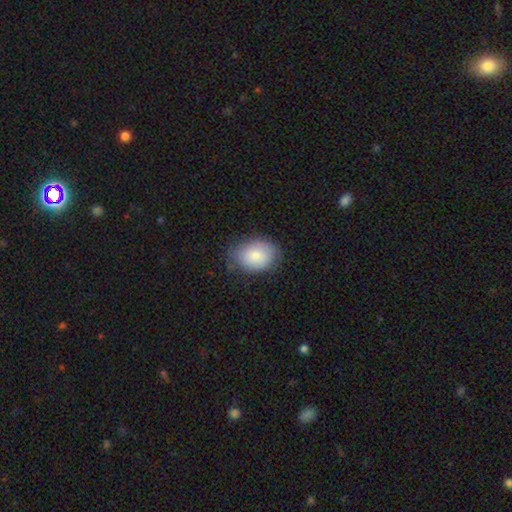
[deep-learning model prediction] A smooth galaxy with no disk features (80%) that is in between round and cigar-shaped (69%).

Vote fractions:
- Smooth or featured? smooth: 80% / featured or disk: 12% / star or artifact: 7%
- How rounded? in between: 69% / round: 30% / cigar-shaped: 1%
- Merging? none: 71% / minor disturbance: 23% / major disturbance: 5% / merger: 1%